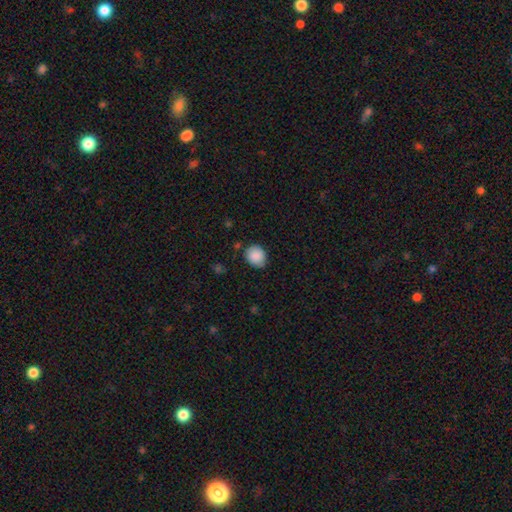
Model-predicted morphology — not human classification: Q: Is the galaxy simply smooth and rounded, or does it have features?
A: smooth — 88%.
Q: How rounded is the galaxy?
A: round — 64%.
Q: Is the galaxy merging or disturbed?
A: none — 79%.